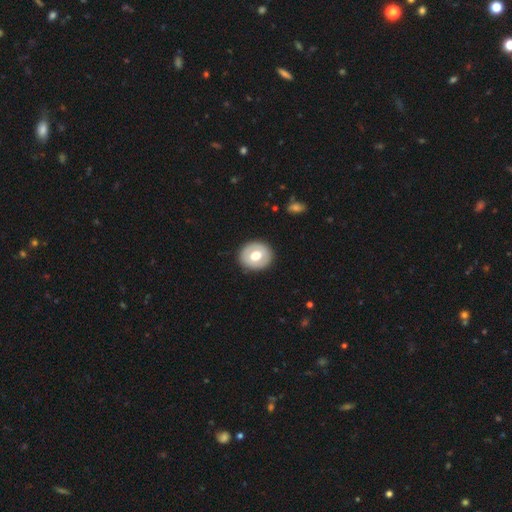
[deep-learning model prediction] smooth 60%, featured or disk 34%, star or artifact 6%. Down the decision tree: how rounded — round (81%); merging — none (90%).